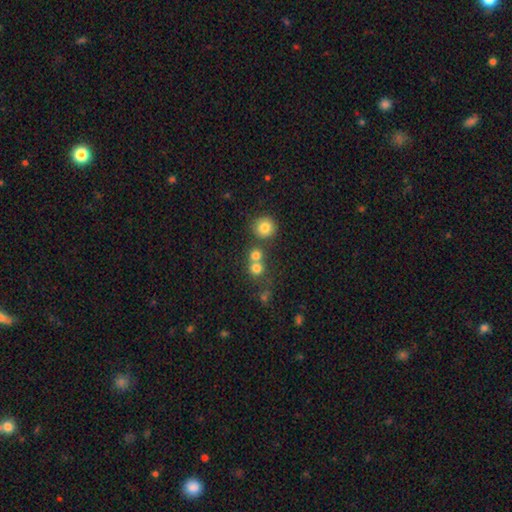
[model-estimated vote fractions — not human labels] Overall: smooth (75%). How rounded: round (86%). Merging: none (51%; merger 40%).